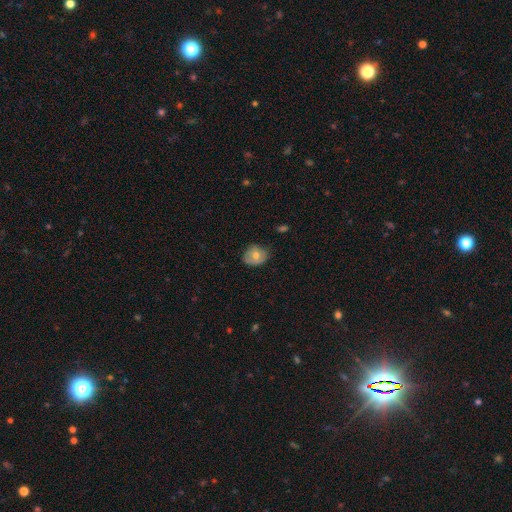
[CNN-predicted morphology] smooth-or-featured: smooth: 62% | featured or disk: 29% | star or artifact: 8%
  how-rounded: round: 57% | in between: 42% | cigar-shaped: 1%
  merging: none: 67% | minor disturbance: 27% | major disturbance: 5% | merger: 1%